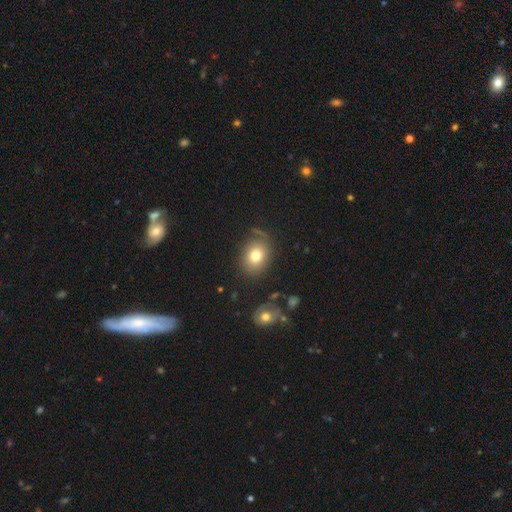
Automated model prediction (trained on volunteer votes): smooth_or_featured: smooth (p=0.74) [alt: featured or disk p=0.15]
how_rounded: in between (p=0.50) [alt: round p=0.49]
merging: none (p=0.75) [alt: minor disturbance p=0.15]